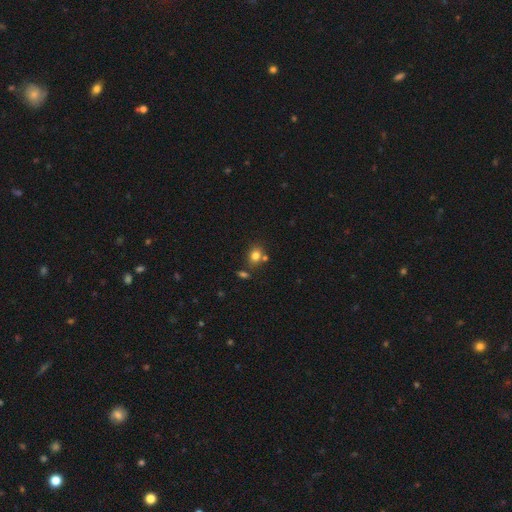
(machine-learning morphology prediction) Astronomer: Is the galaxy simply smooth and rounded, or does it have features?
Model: smooth — 79%.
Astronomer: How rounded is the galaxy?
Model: round — 50% (runner-up: in between, 49%).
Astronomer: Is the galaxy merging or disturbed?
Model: none — 67%.